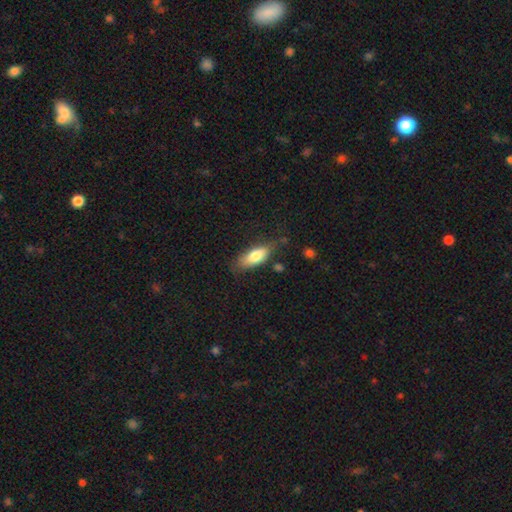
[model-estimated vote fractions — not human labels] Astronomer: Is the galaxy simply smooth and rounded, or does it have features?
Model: smooth — 77%.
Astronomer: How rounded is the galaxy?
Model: in between — 74%.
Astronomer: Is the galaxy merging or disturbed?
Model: none — 68%.